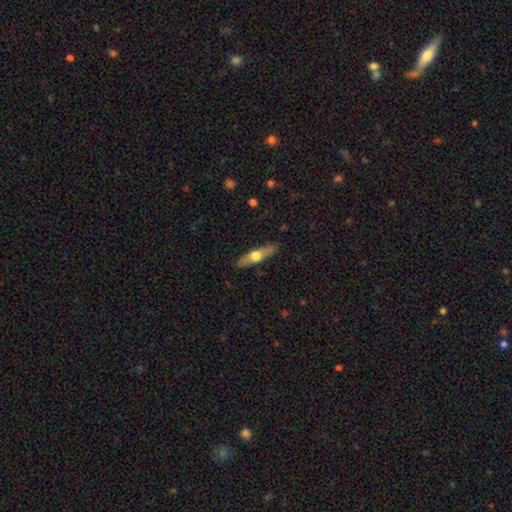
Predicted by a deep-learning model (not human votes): Morphology: type=featured or disk (48%); merging=none (87%).